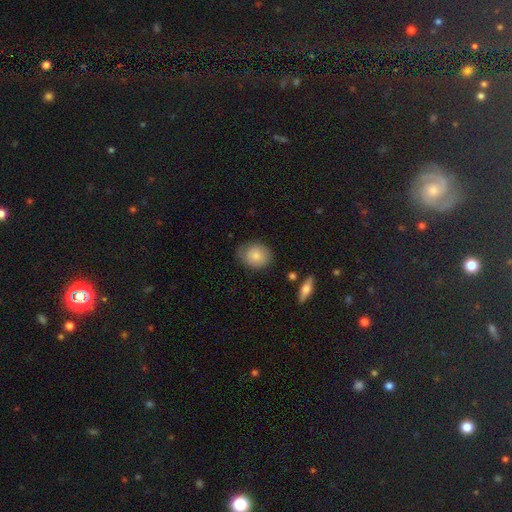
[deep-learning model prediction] Q: Smooth or featured?
A: smooth (80%); runner-up: featured or disk (13%)
Q: How rounded?
A: round (60%); runner-up: in between (39%)
Q: Merging?
A: none (71%); runner-up: minor disturbance (22%)